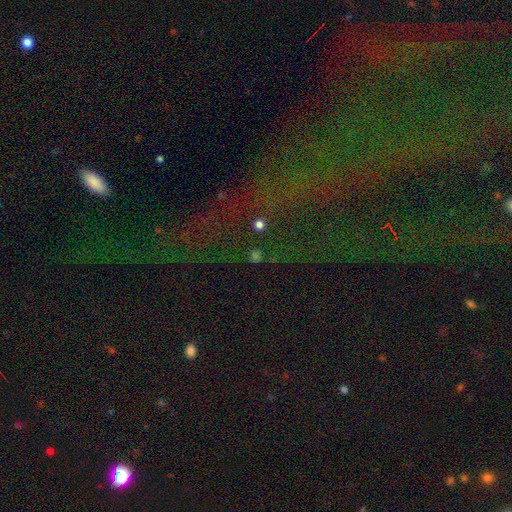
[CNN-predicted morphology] smooth-or-featured: star or artifact: 47% | smooth: 44% | featured or disk: 9%